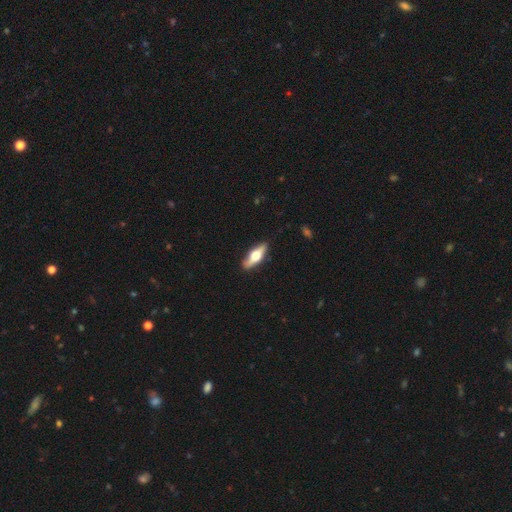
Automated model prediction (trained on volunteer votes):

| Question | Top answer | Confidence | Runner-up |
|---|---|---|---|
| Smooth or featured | featured or disk | 54% | smooth (41%) |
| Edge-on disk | yes | 87% | no (13%) |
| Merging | none | 85% | minor disturbance (11%) |